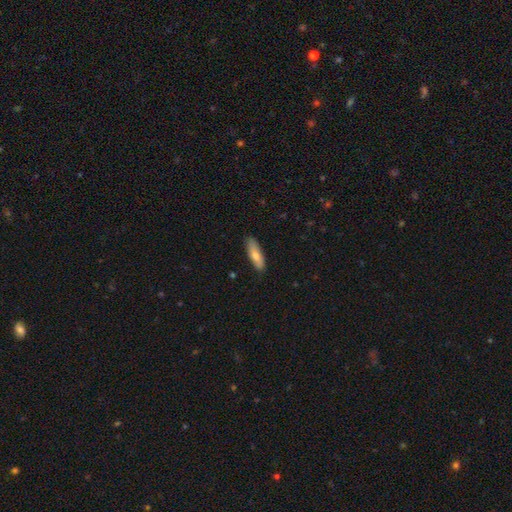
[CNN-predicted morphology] Smooth or featured: smooth — 72% (featured or disk — 23%)
How rounded: cigar-shaped — 50% (in between — 48%)
Merging: none — 82% (minor disturbance — 14%)